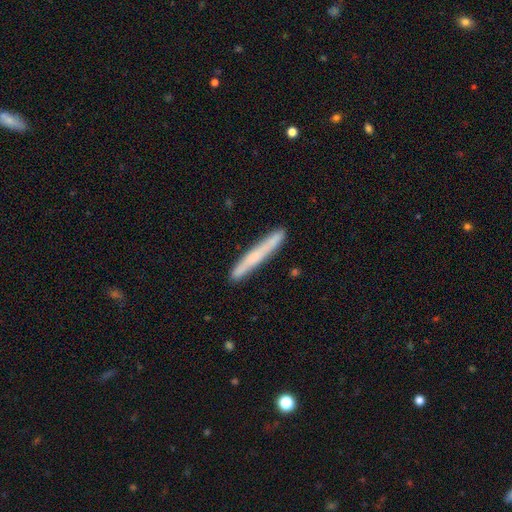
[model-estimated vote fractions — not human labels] Smooth or featured? Predicted: smooth (p=0.57). How rounded? Predicted: cigar-shaped (p=0.97). Merging? Predicted: none (p=0.89).